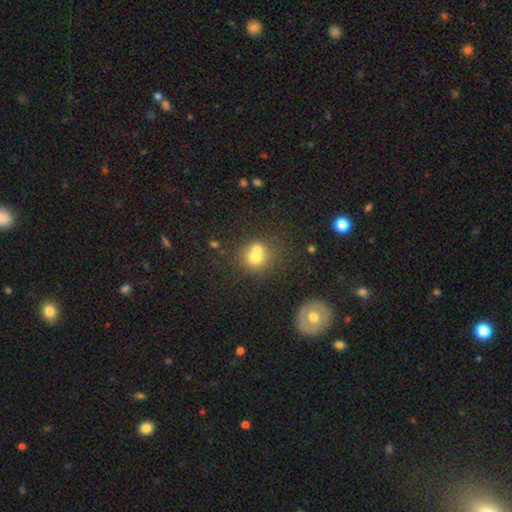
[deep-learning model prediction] This is likely a smooth galaxy (67%). How rounded: clearly round (82%). Merging: possibly merger (51%).